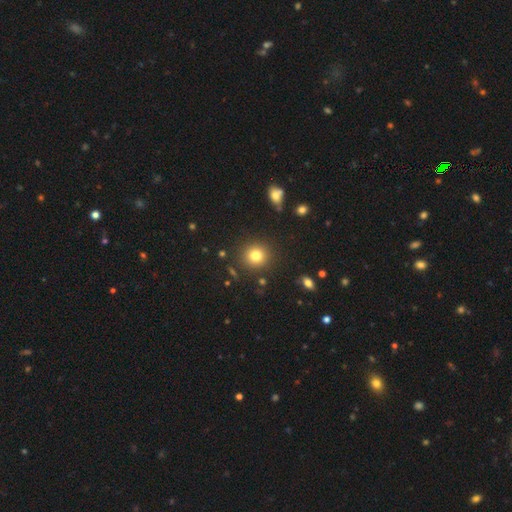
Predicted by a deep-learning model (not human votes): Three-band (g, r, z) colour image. It shows a smooth galaxy with no disk features (80%) that is round (90%). Merging: none (89%).